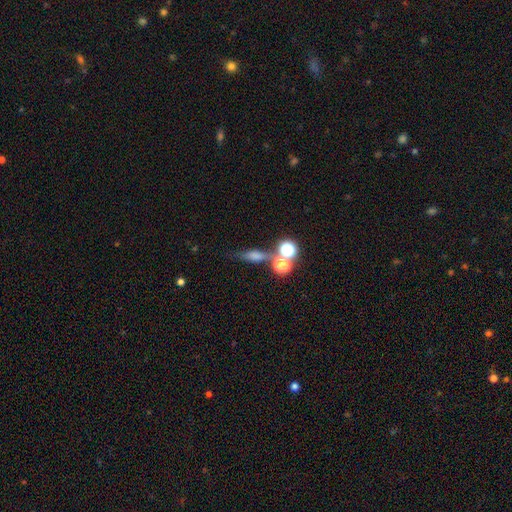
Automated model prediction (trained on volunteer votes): Smooth or featured? Predicted: smooth (p=0.41). Merging? Predicted: none (p=0.63).